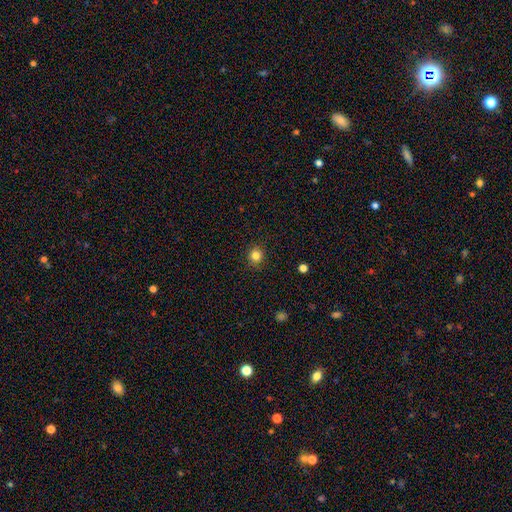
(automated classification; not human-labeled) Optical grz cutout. It shows a smooth galaxy with no disk features (83%) that is round (90%). Merging: none (90%).